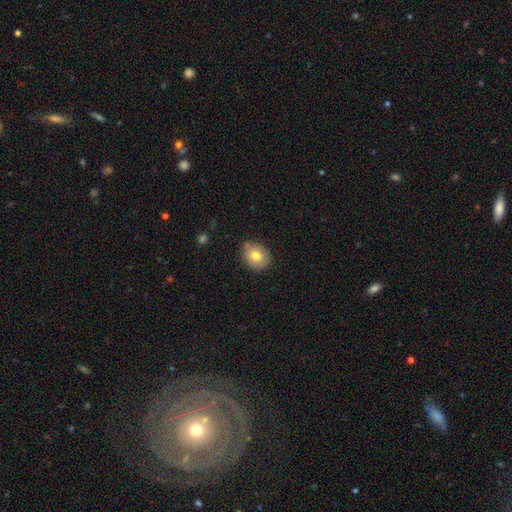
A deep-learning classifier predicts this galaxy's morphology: A smooth galaxy with no disk features (76%) that is round (68%). Merging: none (79%).